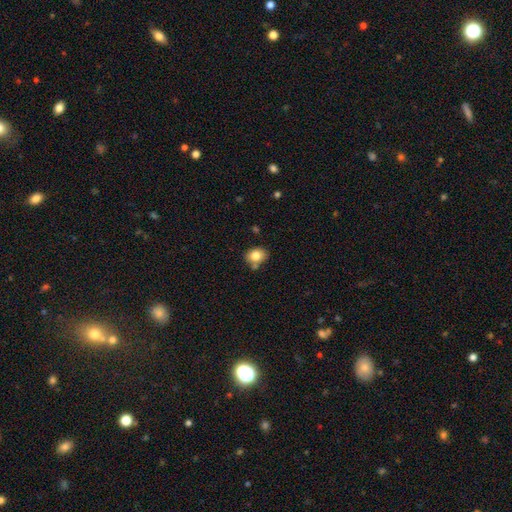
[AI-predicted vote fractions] Smooth or featured: smooth — 80% (featured or disk — 10%)
How rounded: in between — 55% (round — 44%)
Merging: none — 69% (minor disturbance — 16%)